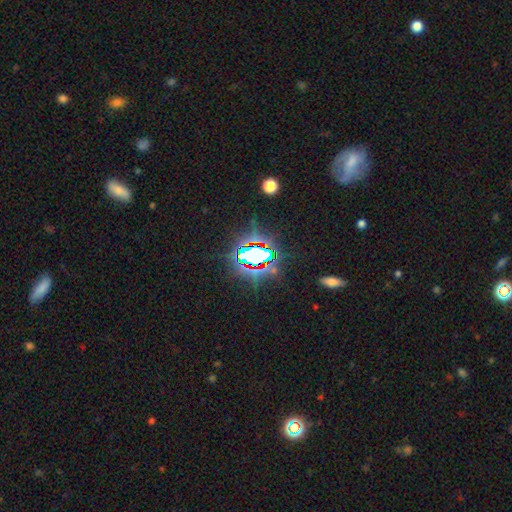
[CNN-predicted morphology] smooth_or_featured: star or artifact (p=0.74) [alt: smooth p=0.15]